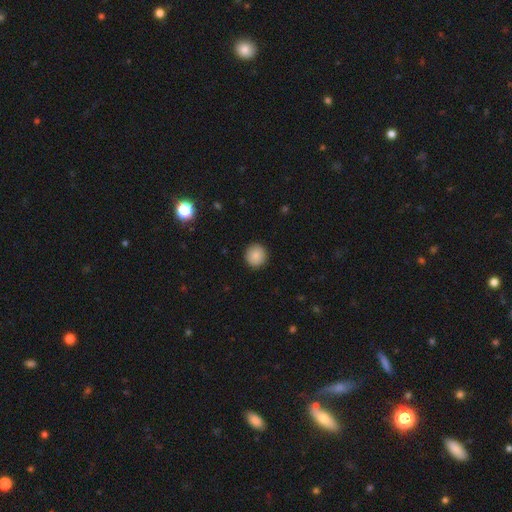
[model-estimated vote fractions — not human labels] Smooth or featured?
  - smooth: 88% *
  - star or artifact: 8%
  - featured or disk: 4%
How rounded?
  - round: 94% *
  - in between: 5%
  - cigar-shaped: 1%
Merging?
  - none: 92% *
  - minor disturbance: 5%
  - major disturbance: 2%
  - merger: 1%